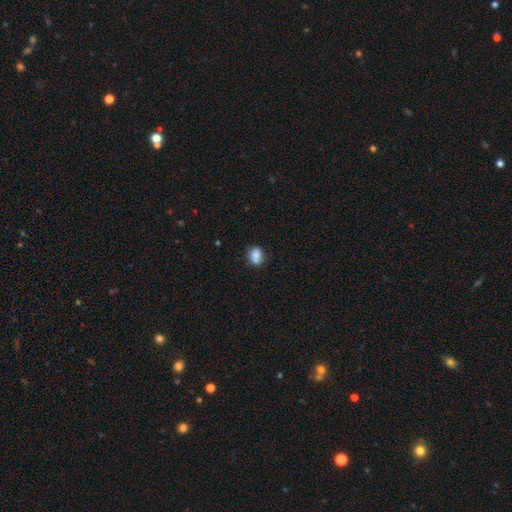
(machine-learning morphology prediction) A smooth galaxy with no disk features (82%) that is in between round and cigar-shaped (57%). Merging: none (70%).